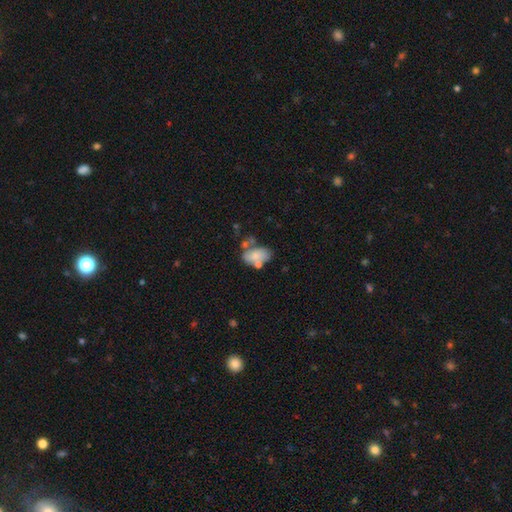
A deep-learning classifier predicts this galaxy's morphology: A smooth galaxy with no disk features (68%) that is in between round and cigar-shaped (90%).

Vote fractions:
- Smooth or featured? smooth: 68% / featured or disk: 24% / star or artifact: 8%
- How rounded? in between: 90% / round: 8% / cigar-shaped: 2%
- Merging? none: 40% / merger: 28% / minor disturbance: 21% / major disturbance: 11%